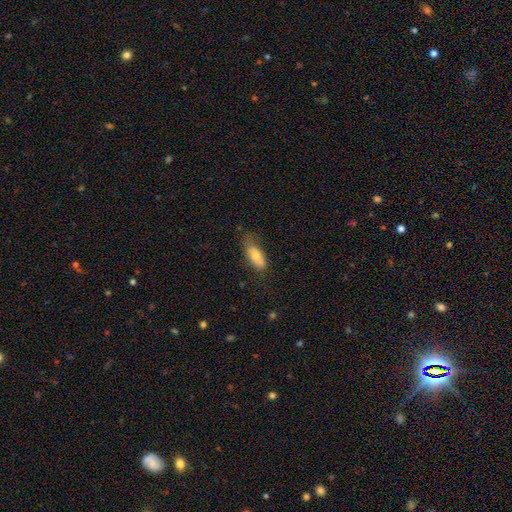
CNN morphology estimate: A smooth galaxy with no disk features (69%) that is in between round and cigar-shaped (79%). Merging: none (55%).